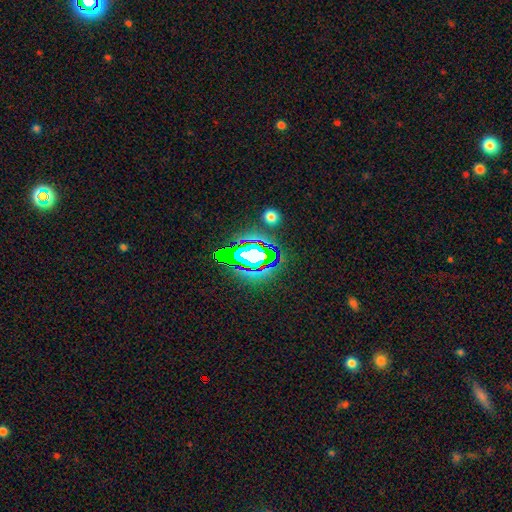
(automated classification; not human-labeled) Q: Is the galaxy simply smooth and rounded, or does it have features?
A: star or artifact — 57%.